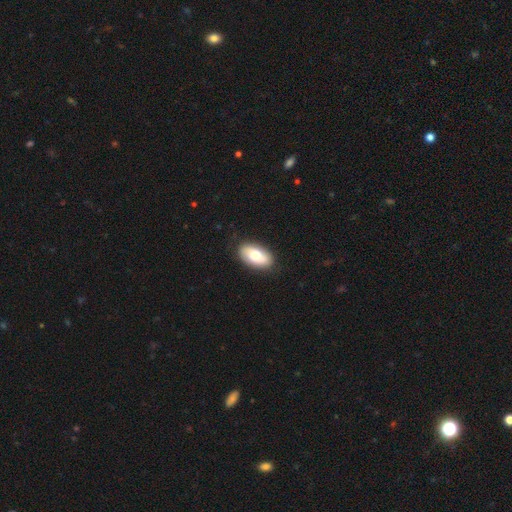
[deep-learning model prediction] smooth 70%, featured or disk 24%, star or artifact 6%. Down the decision tree: how rounded — in between (94%); merging — none (84%).